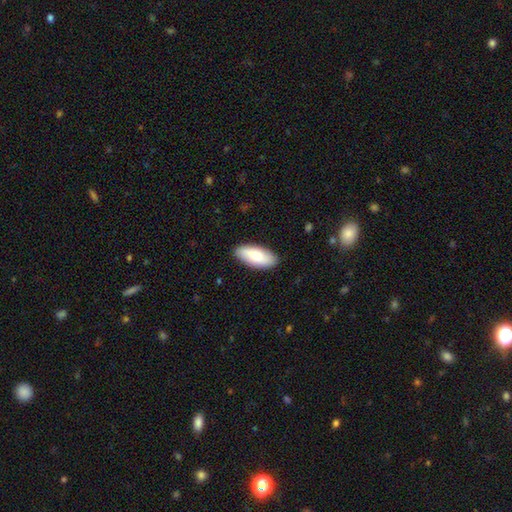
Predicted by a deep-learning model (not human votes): smooth-or-featured: smooth: 80% | featured or disk: 14% | star or artifact: 5%
  how-rounded: in between: 87% | cigar-shaped: 11% | round: 2%
  merging: none: 88% | minor disturbance: 9% | major disturbance: 2% | merger: 1%